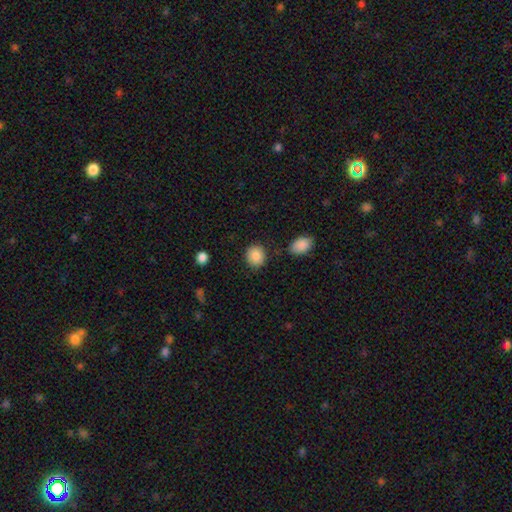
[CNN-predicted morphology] This is clearly a smooth galaxy (87%). How rounded: likely round (80%). Merging: clearly none (85%).